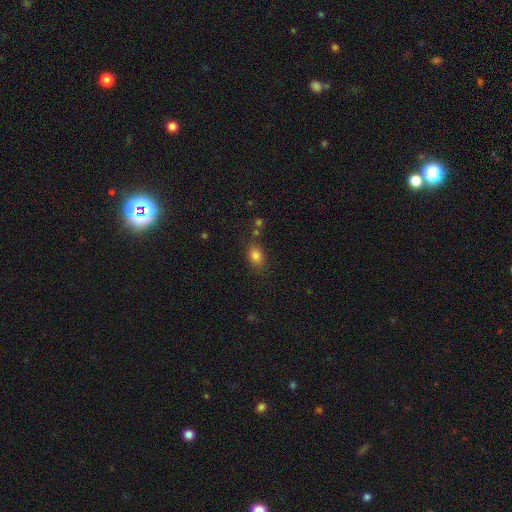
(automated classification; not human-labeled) Morphology: type=smooth (82%); roundness=in between (71%); merging=none (74%).